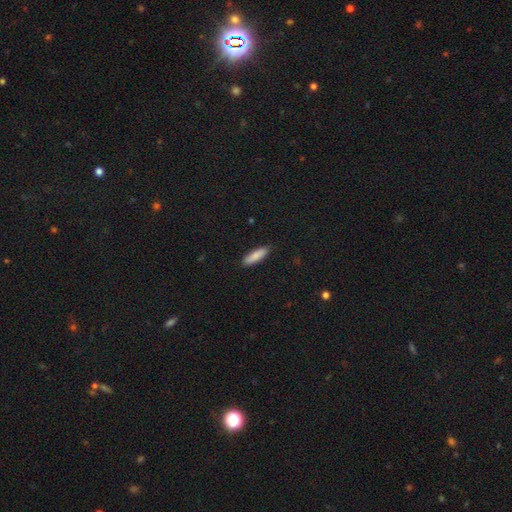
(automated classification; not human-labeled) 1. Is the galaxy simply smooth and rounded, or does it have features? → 85% smooth, 9% featured or disk, 6% star or artifact.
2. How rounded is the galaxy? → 57% cigar-shaped, 41% in between, 2% round.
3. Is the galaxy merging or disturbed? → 89% none, 8% minor disturbance, 2% major disturbance, 1% merger.